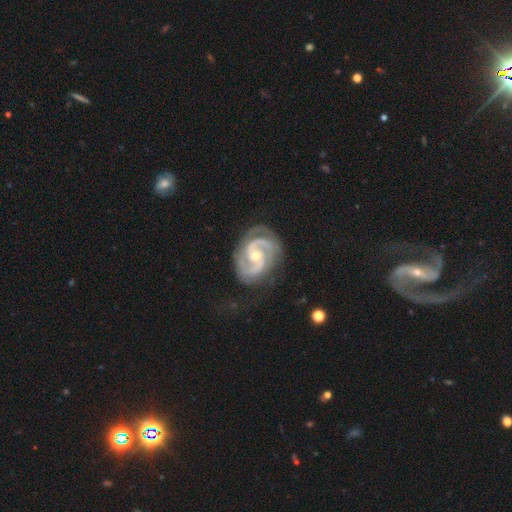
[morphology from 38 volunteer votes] type=featured or disk (92%); edge-on=no (100%); bar=no (80%); spiral arms=yes (100%); winding=tight (57%); arm count=2 (91%); bulge=small (63%); merging=none (57%).